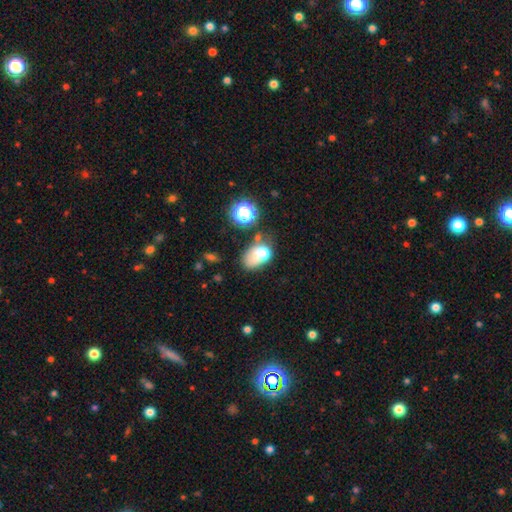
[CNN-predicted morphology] Overall: smooth (66%). How rounded: in between (76%). Merging: none (32%; minor disturbance 25%).